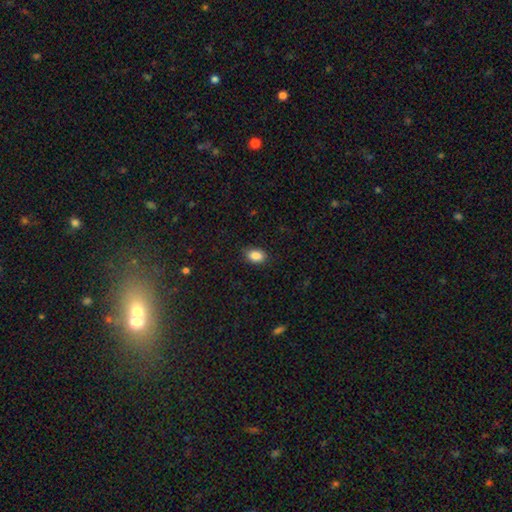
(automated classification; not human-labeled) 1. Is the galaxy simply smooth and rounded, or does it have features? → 87% smooth, 8% star or artifact, 5% featured or disk.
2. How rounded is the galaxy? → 85% in between, 14% round, 1% cigar-shaped.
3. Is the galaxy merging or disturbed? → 86% none, 11% minor disturbance, 2% major disturbance, 1% merger.